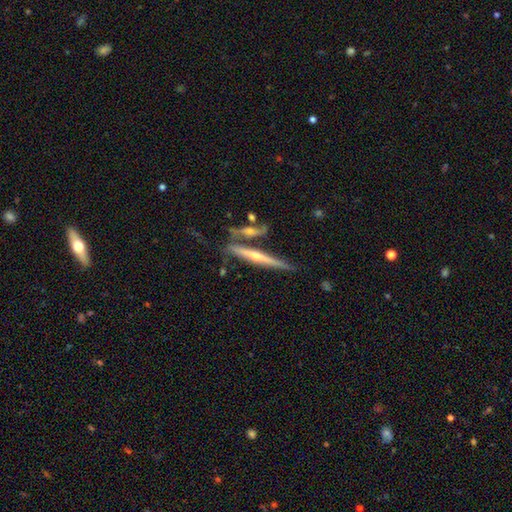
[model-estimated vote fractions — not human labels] Q: Smooth or featured?
A: featured or disk (70%); runner-up: smooth (23%)
Q: Edge-on disk?
A: yes (96%); runner-up: no (4%)
Q: Edge-on bulge?
A: rounded (71%); runner-up: none (25%)
Q: Merging?
A: none (68%); runner-up: merger (15%)